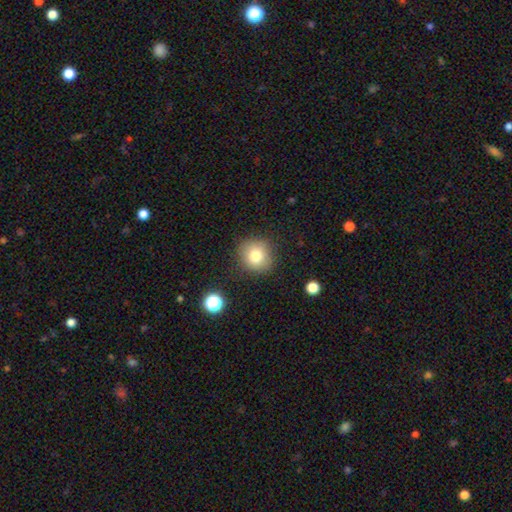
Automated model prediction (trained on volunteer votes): The model was most divided on "smooth or featured": smooth: 78%, star or artifact: 12%, featured or disk: 10%. More confident: how rounded — round (88%); merging — none (86%).